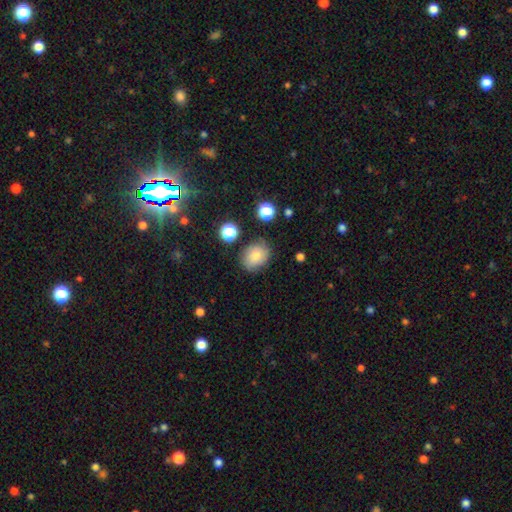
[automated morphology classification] Q: Smooth or featured?
A: smooth (77%); runner-up: featured or disk (12%)
Q: How rounded?
A: in between (52%); runner-up: round (47%)
Q: Merging?
A: none (77%); runner-up: minor disturbance (16%)